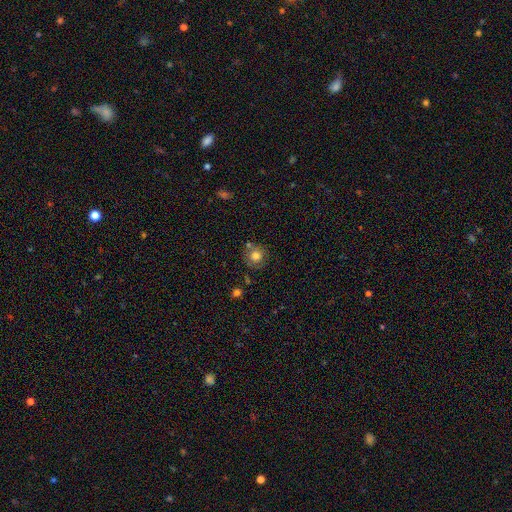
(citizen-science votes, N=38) Smooth or featured? smooth (84%)
How rounded? round (91%)
Merging? none (81%)